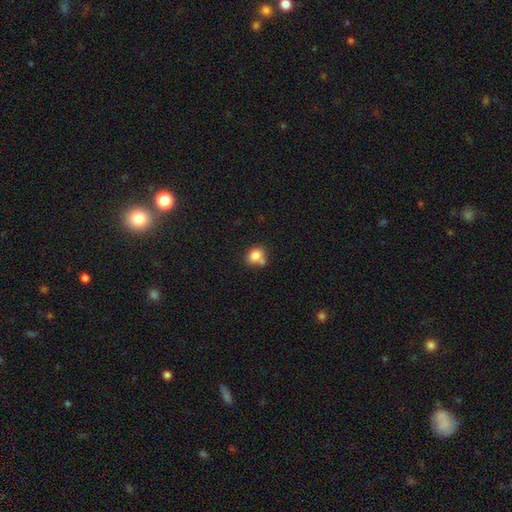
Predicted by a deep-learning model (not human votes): A smooth galaxy with no disk features (81%) that is round (54%).

Vote fractions:
- Smooth or featured? smooth: 81% / star or artifact: 10% / featured or disk: 9%
- How rounded? round: 54% / in between: 45% / cigar-shaped: 1%
- Merging? none: 51% / merger: 26% / minor disturbance: 17% / major disturbance: 5%